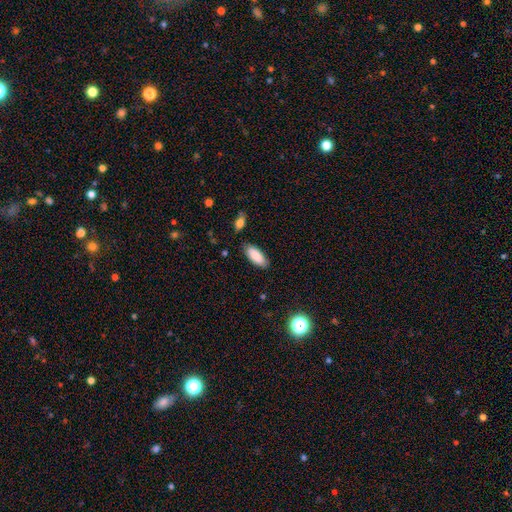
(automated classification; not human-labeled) Overall: smooth (87%). How rounded: in between (83%). Merging: none (84%).